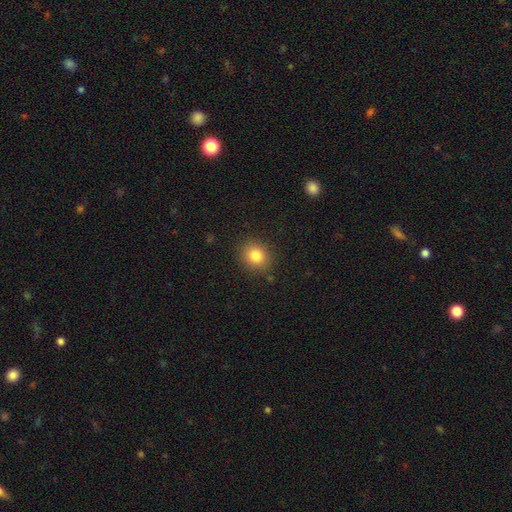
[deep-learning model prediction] Smooth or featured? Predicted: smooth (p=0.83). How rounded? Predicted: round (p=0.79). Merging? Predicted: none (p=0.88).